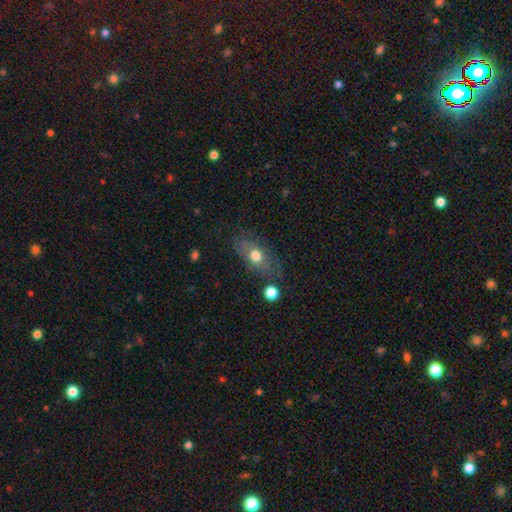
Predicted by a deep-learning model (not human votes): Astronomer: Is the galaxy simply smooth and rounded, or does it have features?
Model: smooth — 64%.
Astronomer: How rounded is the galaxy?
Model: in between — 74%.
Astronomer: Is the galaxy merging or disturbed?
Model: none — 68%.